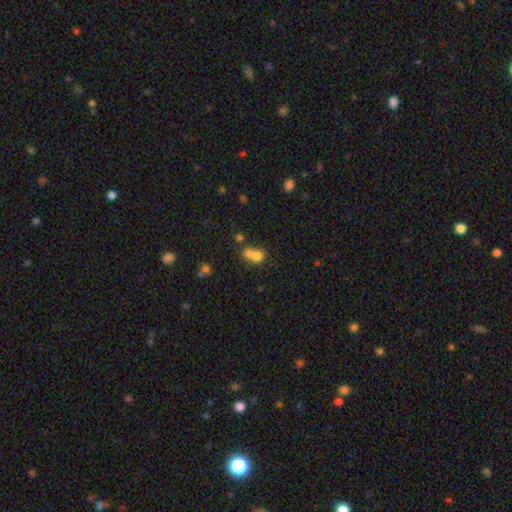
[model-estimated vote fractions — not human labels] Smooth or featured: smooth — 70% (featured or disk — 16%)
How rounded: round — 67% (in between — 32%)
Merging: merger — 62% (none — 27%)